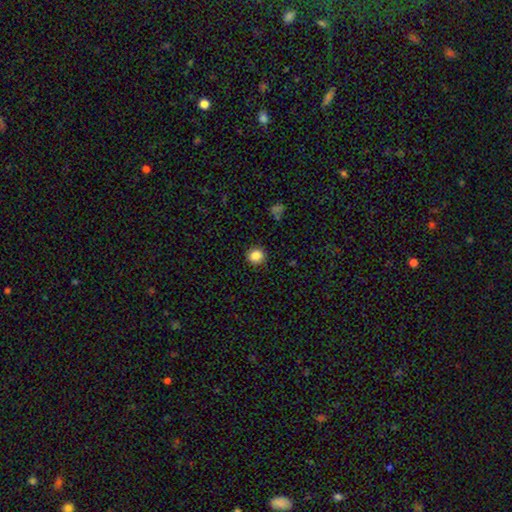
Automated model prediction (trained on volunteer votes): Smooth or featured: smooth — 85% (star or artifact — 11%)
How rounded: round — 90% (in between — 9%)
Merging: none — 90% (minor disturbance — 7%)